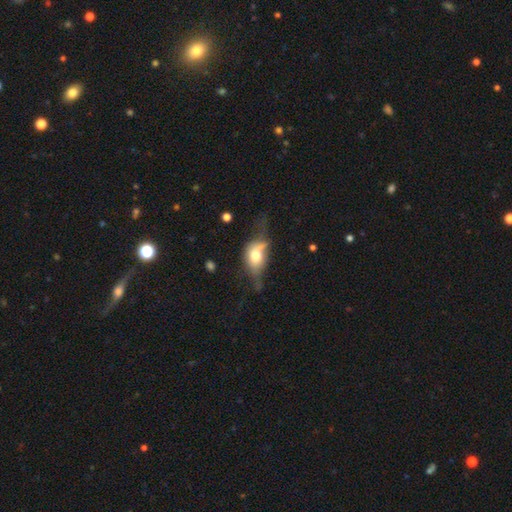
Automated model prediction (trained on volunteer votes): A smooth galaxy with no disk features (57%) that is in between round and cigar-shaped (73%).

Vote fractions:
- Smooth or featured? smooth: 57% / featured or disk: 33% / star or artifact: 9%
- How rounded? in between: 73% / round: 22% / cigar-shaped: 4%
- Merging? major disturbance: 33% / minor disturbance: 31% / none: 27% / merger: 9%